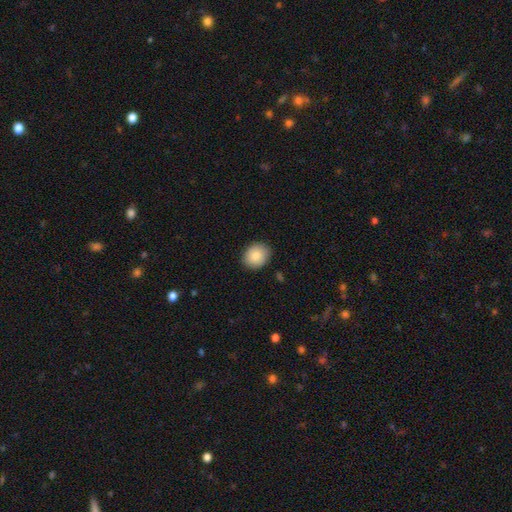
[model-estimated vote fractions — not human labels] Overall: smooth (84%). How rounded: round (58%; in between 42%). Merging: none (87%).